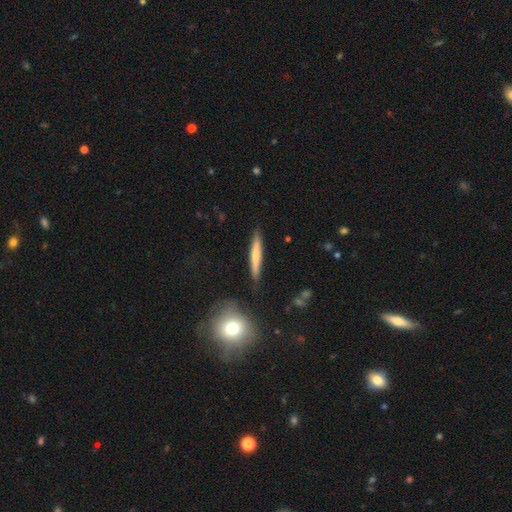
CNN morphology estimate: This is likely a smooth galaxy (62%). How rounded: clearly cigar-shaped (94%). Merging: clearly none (85%).